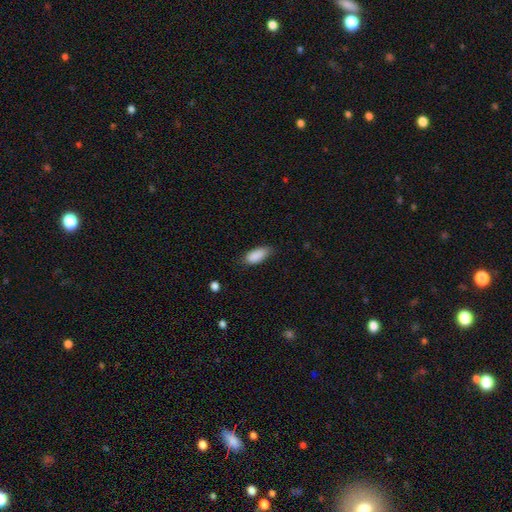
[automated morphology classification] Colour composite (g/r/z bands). It shows a smooth galaxy with no disk features (89%) that is in between round and cigar-shaped (85%). Merging: none (72%).